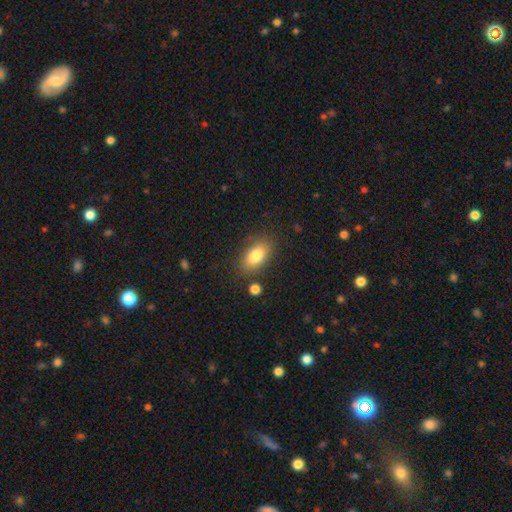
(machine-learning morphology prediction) Smooth or featured?
  - smooth: 81% *
  - featured or disk: 11%
  - star or artifact: 8%
How rounded?
  - in between: 89% *
  - round: 6%
  - cigar-shaped: 4%
Merging?
  - none: 81% *
  - minor disturbance: 12%
  - merger: 4%
  - major disturbance: 4%